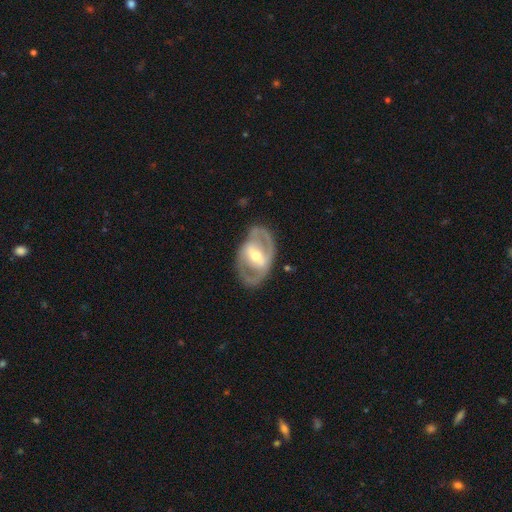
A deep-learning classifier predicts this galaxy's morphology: featured or disk 80%, smooth 16%, star or artifact 5%. Down the decision tree: edge-on disk — no (93%); bar — strong (50%); spiral arms — yes (65%); bulge size — moderate (63%); merging — none (77%).